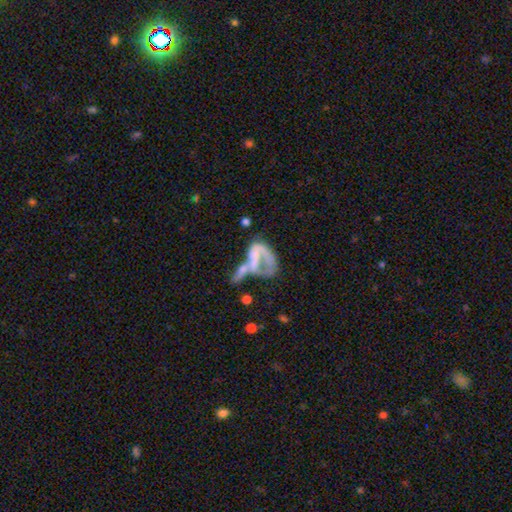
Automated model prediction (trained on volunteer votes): Smooth or featured? Predicted: featured or disk (p=0.57). Edge-on disk? Predicted: no (p=0.93). Bar? Predicted: no (p=0.74). Spiral arms? Predicted: no (p=0.70). Bulge size? Predicted: none (p=0.64). Merging? Predicted: merger (p=0.45).